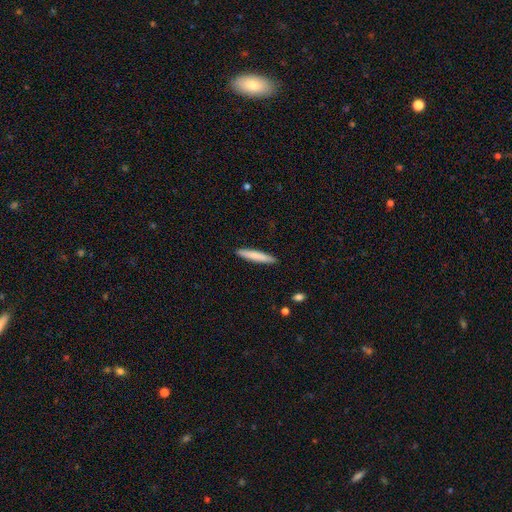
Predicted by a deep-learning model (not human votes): Smooth or featured? Predicted: smooth (p=0.78). How rounded? Predicted: cigar-shaped (p=0.94). Merging? Predicted: none (p=0.92).